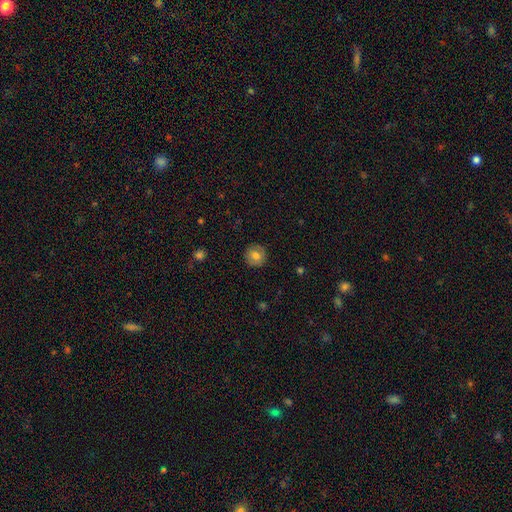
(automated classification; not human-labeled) This is likely a smooth galaxy (76%). How rounded: clearly round (93%). Merging: clearly none (89%).